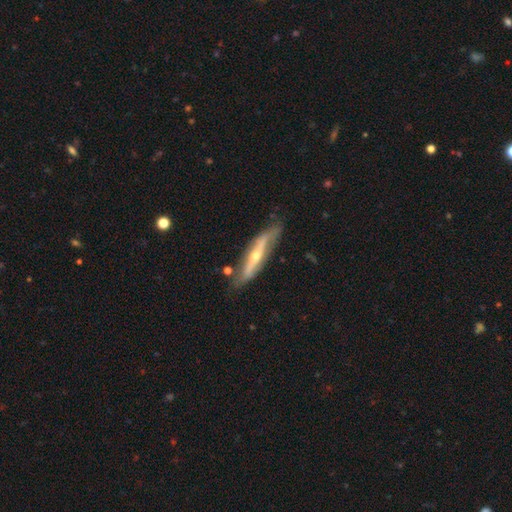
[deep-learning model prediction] Q: Smooth or featured?
A: featured or disk (75%); runner-up: smooth (20%)
Q: Edge-on disk?
A: yes (63%); runner-up: no (37%)
Q: Merging?
A: none (67%); runner-up: minor disturbance (23%)